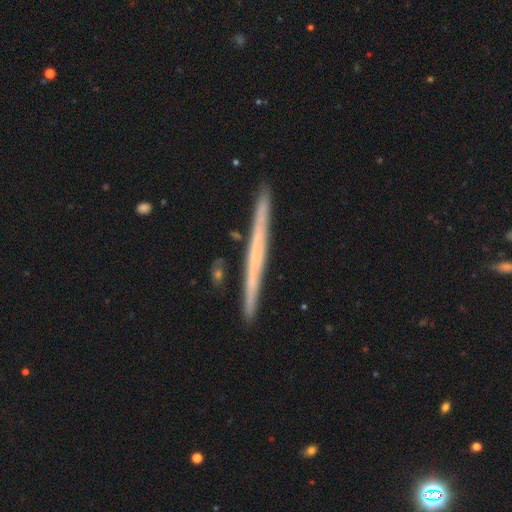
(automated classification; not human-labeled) This appears to be a featured or disk galaxy (59%) viewed edge-on (97%) with no central bulge (87%). Merging: none (90%).